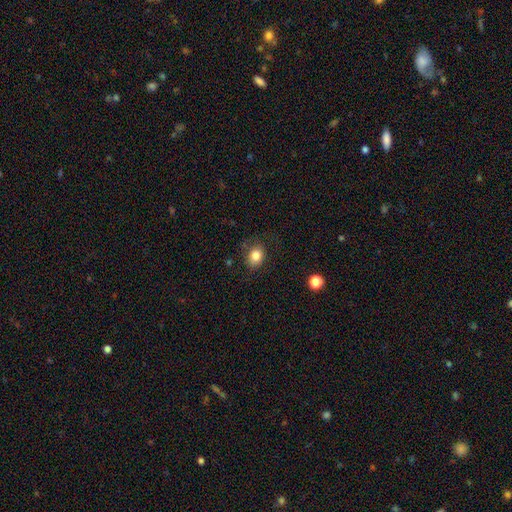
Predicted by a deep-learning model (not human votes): A smooth galaxy with no disk features (83%) that is in between round and cigar-shaped (56%). Merging: none (77%).